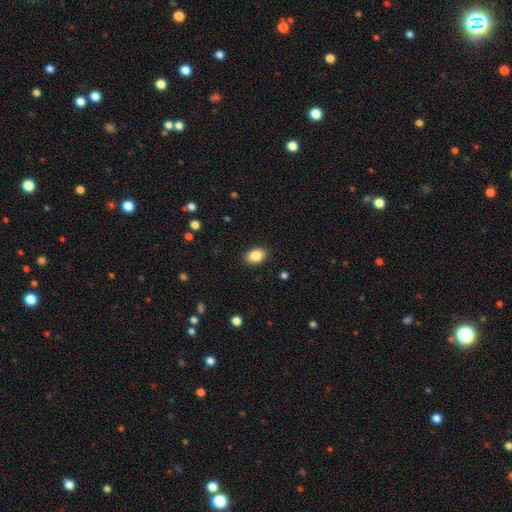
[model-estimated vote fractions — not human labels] smooth 87%, star or artifact 8%, featured or disk 5%. Down the decision tree: how rounded — in between (82%); merging — none (89%).